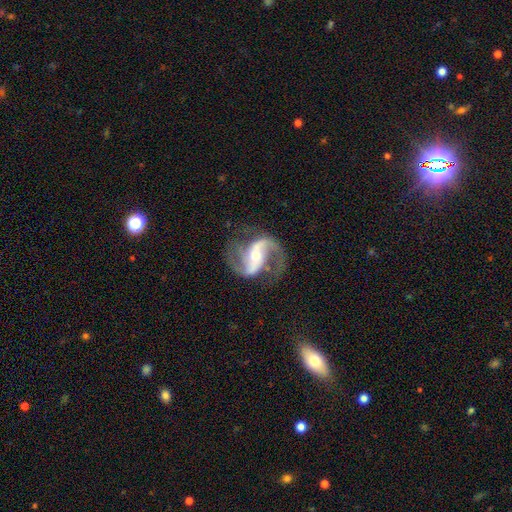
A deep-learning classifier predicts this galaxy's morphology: A featured or disk galaxy (92%) with a strong bar (45%), 2 (92%) medium (47%) spiral arms (98%) and a moderate central bulge (48%).

Vote fractions:
- Smooth or featured? featured or disk: 92% / star or artifact: 5% / smooth: 4%
- Edge-on disk? no: 98% / yes: 2%
- Bar? strong: 45% / weak: 32% / no: 22%
- Spiral arms? yes: 98% / no: 2%
- Spiral winding? medium: 47% / loose: 44% / tight: 9%
- Spiral arm count? 2: 92% / 3: 2% / 1: 2% / can't tell: 2% / 4: 1% / more than 4: 1%
- Bulge size? moderate: 48% / small: 46% / large: 4% / none: 1% / dominant: 1%
- Merging? none: 75% / minor disturbance: 14% / major disturbance: 10% / merger: 2%